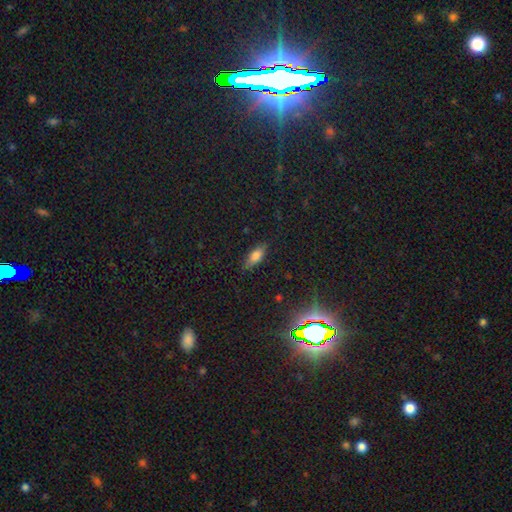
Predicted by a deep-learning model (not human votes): smooth-or-featured: smooth: 73% | featured or disk: 16% | star or artifact: 11%
  how-rounded: in between: 72% | cigar-shaped: 25% | round: 3%
  merging: none: 83% | minor disturbance: 12% | major disturbance: 3% | merger: 1%